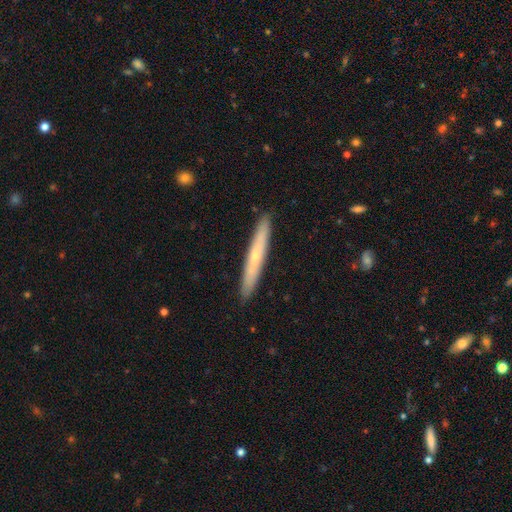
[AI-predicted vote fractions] Smooth or featured?
  - featured or disk: 49% *
  - smooth: 46%
  - star or artifact: 6%
Merging?
  - none: 92% *
  - minor disturbance: 6%
  - major disturbance: 1%
  - merger: 1%